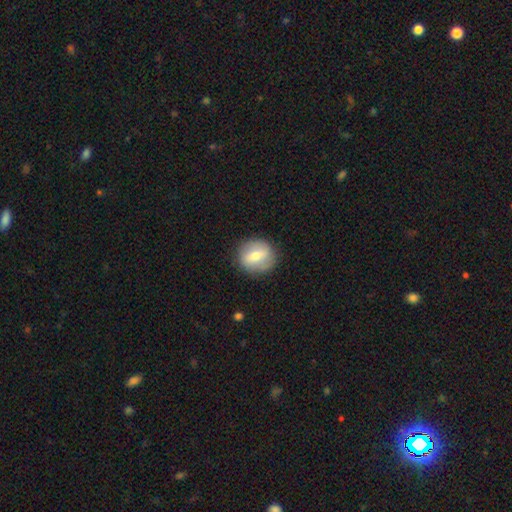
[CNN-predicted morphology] This appears to be a smooth galaxy with no disk features (57%) that is round (81%). Merging: none (86%).